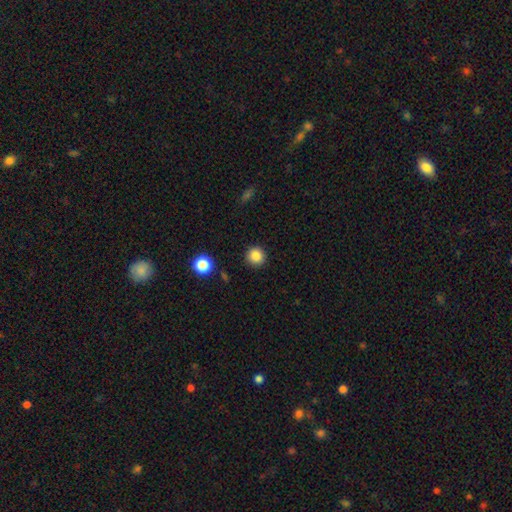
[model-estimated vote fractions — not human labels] This appears to be a smooth galaxy with no disk features (85%) that is round (94%). Merging: none (91%).